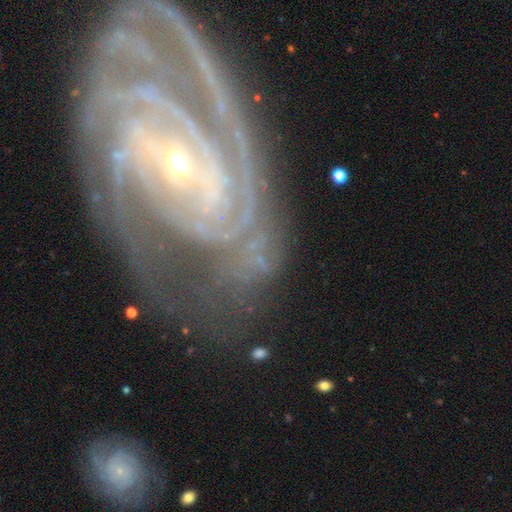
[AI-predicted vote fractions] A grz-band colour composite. It shows a featured or disk galaxy (74%) with no bar (51%), tight (66%) spiral arms (85%) and a small central bulge (53%). Merging: none (55%).